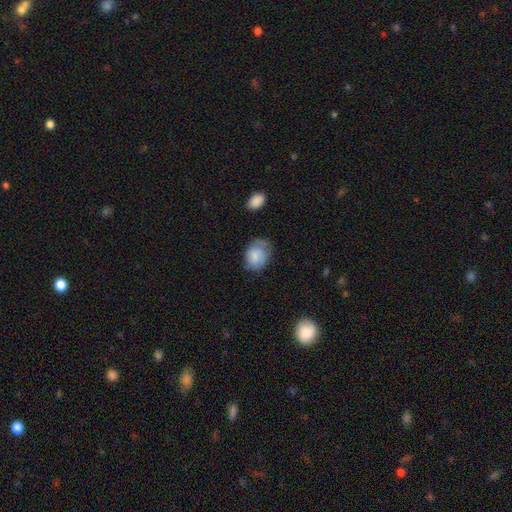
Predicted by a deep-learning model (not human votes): A smooth galaxy with no disk features (71%) that is in between round and cigar-shaped (60%). Merging: none (51%).